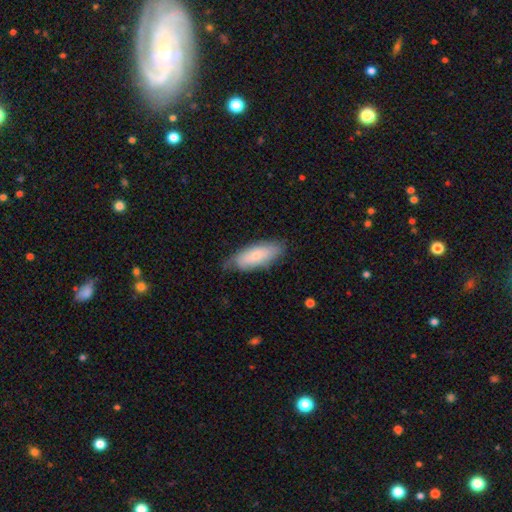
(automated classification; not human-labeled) Smooth or featured: smooth — 70% (featured or disk — 24%)
How rounded: in between — 77% (cigar-shaped — 21%)
Merging: none — 68% (minor disturbance — 26%)